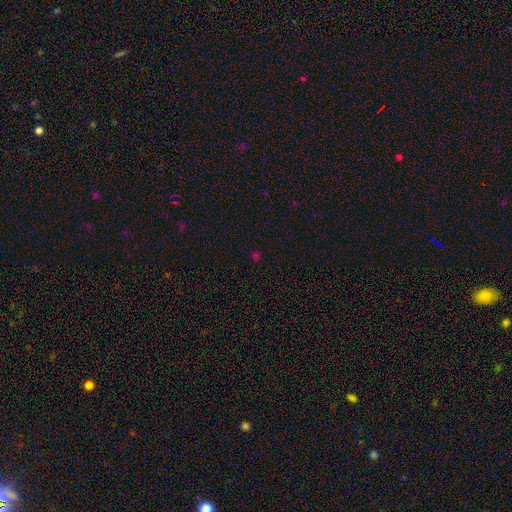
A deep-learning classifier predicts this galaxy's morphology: A star or artifact, not a galaxy (53%).